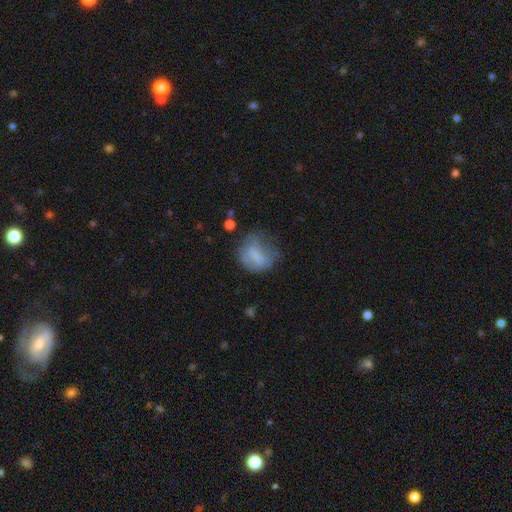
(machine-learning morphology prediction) Smooth or featured?
  - smooth: 61% *
  - featured or disk: 28%
  - star or artifact: 10%
How rounded?
  - round: 53% *
  - in between: 45%
  - cigar-shaped: 2%
Merging?
  - none: 40% *
  - minor disturbance: 30%
  - major disturbance: 27%
  - merger: 3%